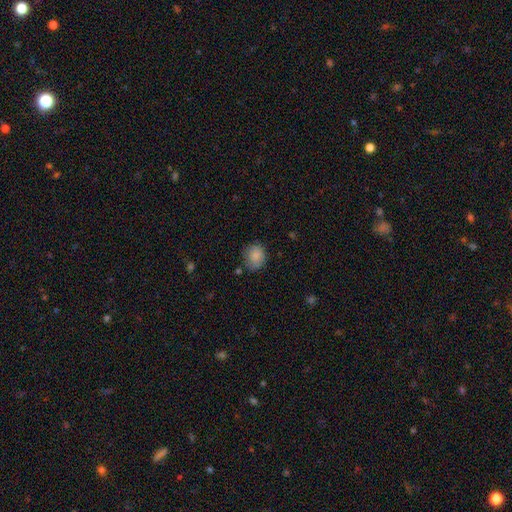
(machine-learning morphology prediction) Overall: smooth (85%). How rounded: round (65%; in between 34%). Merging: none (72%).